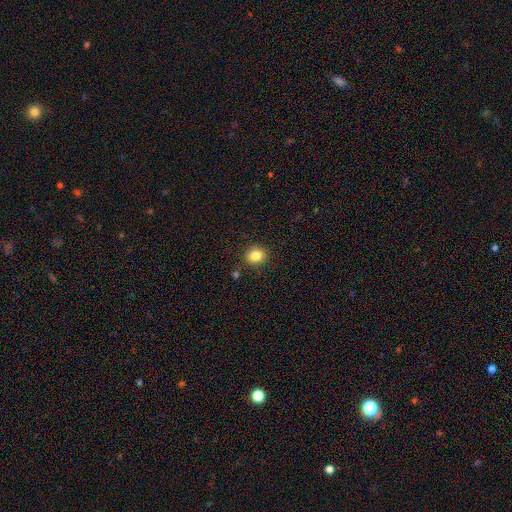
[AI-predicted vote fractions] smooth_or_featured: smooth (p=0.83) [alt: star or artifact p=0.11]
how_rounded: round (p=0.70) [alt: in between p=0.29]
merging: none (p=0.87) [alt: minor disturbance p=0.08]